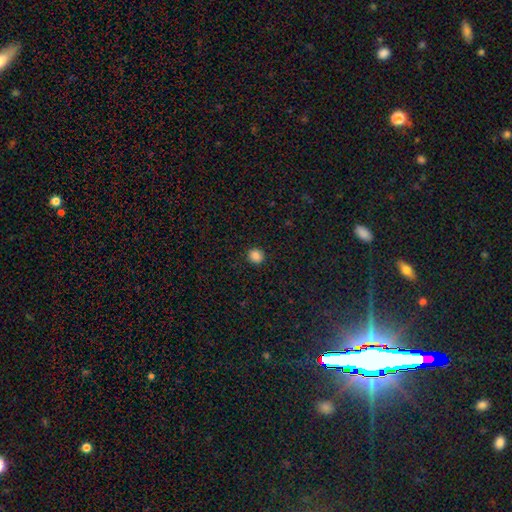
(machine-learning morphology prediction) smooth_or_featured: smooth (p=0.85) [alt: star or artifact p=0.11]
how_rounded: round (p=0.88) [alt: in between p=0.11]
merging: none (p=0.92) [alt: minor disturbance p=0.05]